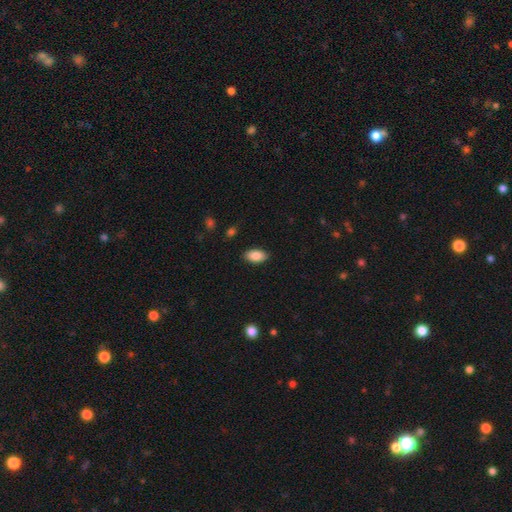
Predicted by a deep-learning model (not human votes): Overall: smooth (88%). How rounded: in between (93%). Merging: none (87%).